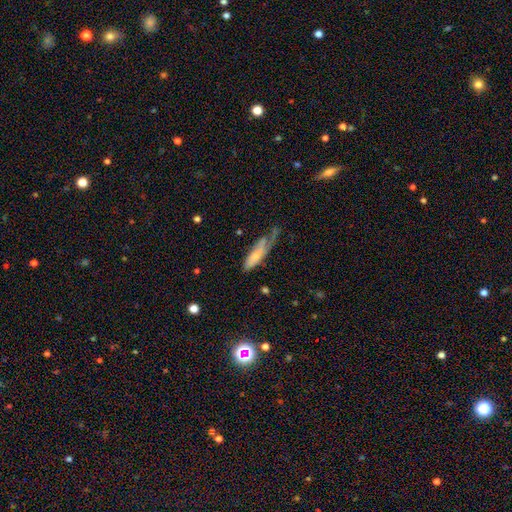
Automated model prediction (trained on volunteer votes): Overall: smooth (59%; featured or disk 35%). How rounded: cigar-shaped (52%; in between 46%). Merging: minor disturbance (34%; major disturbance 31%).